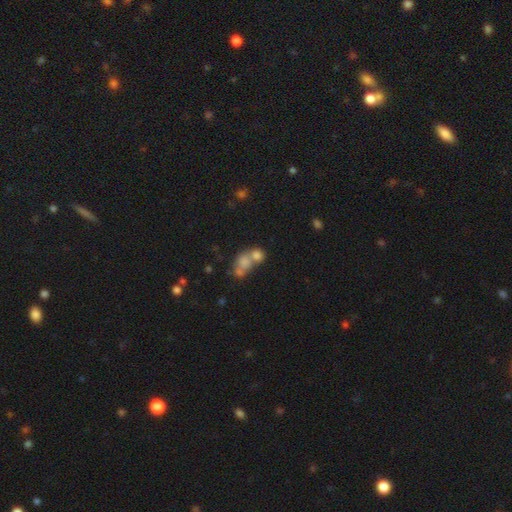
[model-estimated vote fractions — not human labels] Q: Smooth or featured?
A: smooth (71%); runner-up: featured or disk (16%)
Q: How rounded?
A: round (58%); runner-up: in between (40%)
Q: Merging?
A: merger (63%); runner-up: none (25%)